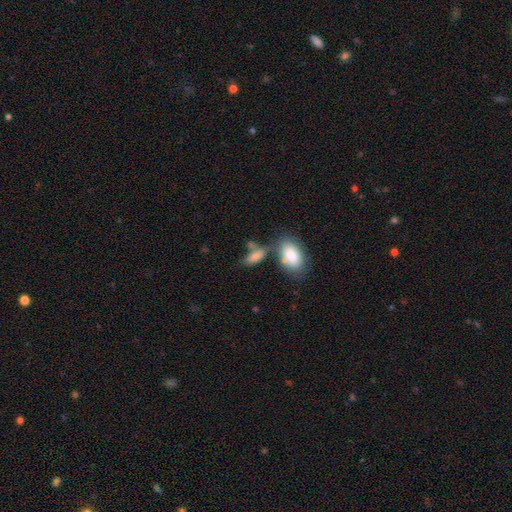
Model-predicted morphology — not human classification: Smooth or featured: smooth — 80% (featured or disk — 11%)
How rounded: in between — 82% (cigar-shaped — 14%)
Merging: none — 43% (merger — 33%)